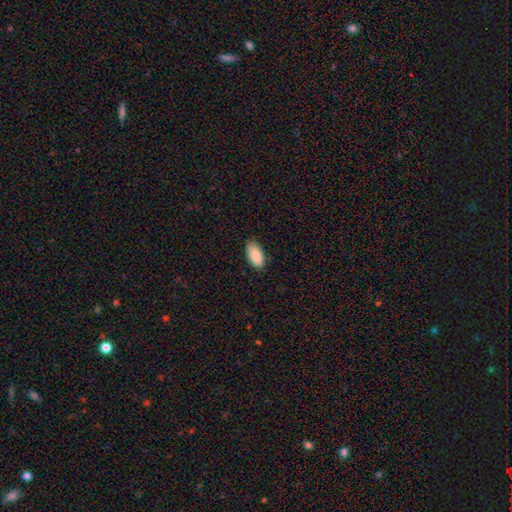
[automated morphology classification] This appears to be a smooth galaxy with no disk features (89%) that is in between round and cigar-shaped (94%). Merging: none (80%).